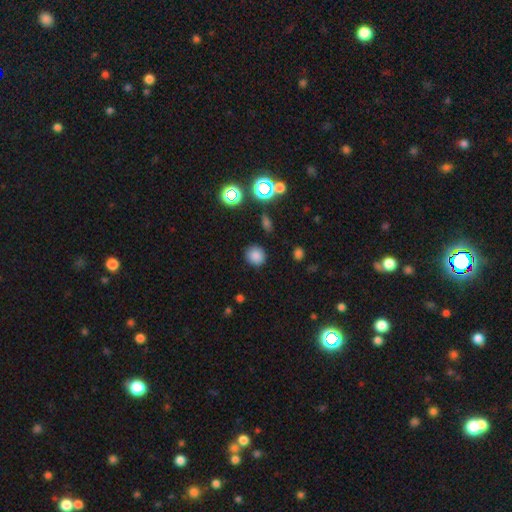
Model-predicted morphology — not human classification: Smooth or featured? smooth (79%)
How rounded? round (87%)
Merging? none (87%)